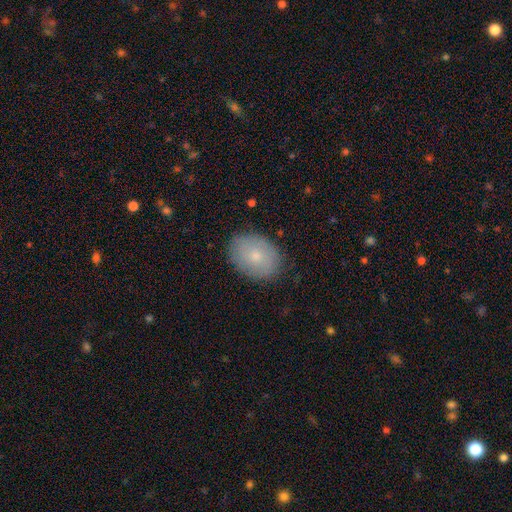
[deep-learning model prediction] Smooth or featured? Predicted: smooth (p=0.72). How rounded? Predicted: in between (p=0.73). Merging? Predicted: none (p=0.85).